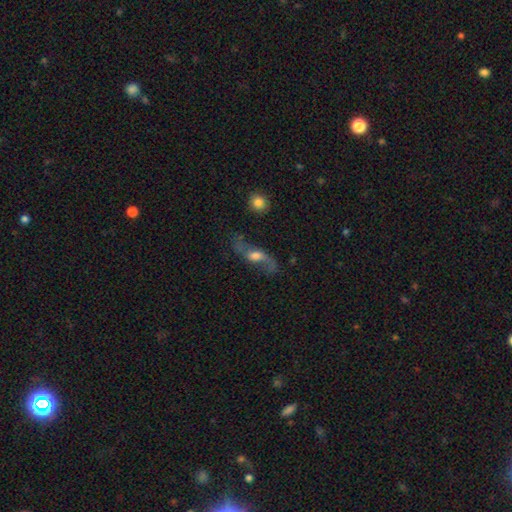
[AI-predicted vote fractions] Overall: featured or disk (66%). Edge-on disk: no (79%). Bar: no (46%; weak 39%). Spiral arms: yes (82%). Bulge size: moderate (52%; large 26%). Merging: none (58%; minor disturbance 20%).